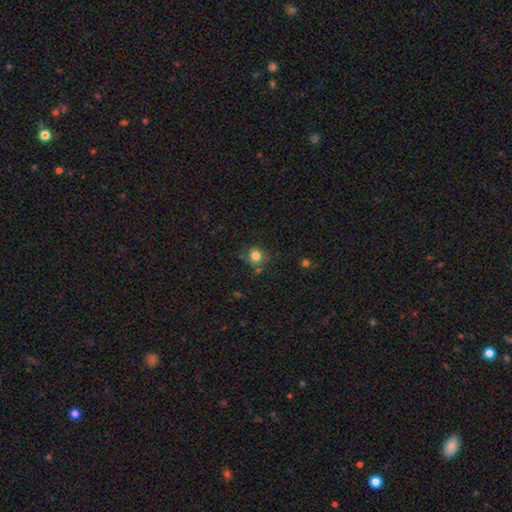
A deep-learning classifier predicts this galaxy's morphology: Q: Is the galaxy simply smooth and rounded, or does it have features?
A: smooth — 81%.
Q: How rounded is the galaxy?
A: round — 87%.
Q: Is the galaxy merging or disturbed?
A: none — 76%.